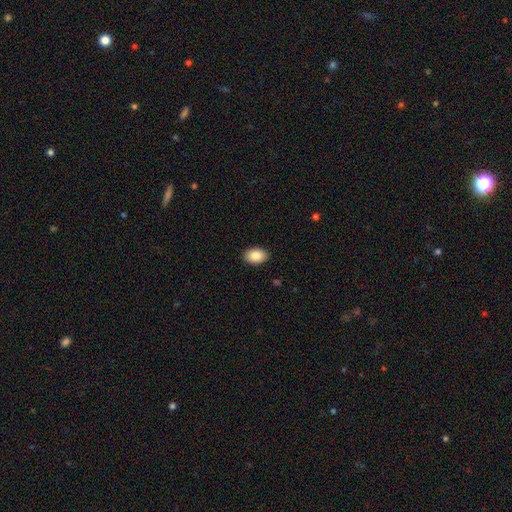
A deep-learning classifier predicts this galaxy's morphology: smooth 88%, star or artifact 7%, featured or disk 5%. Down the decision tree: how rounded — in between (87%); merging — none (90%).